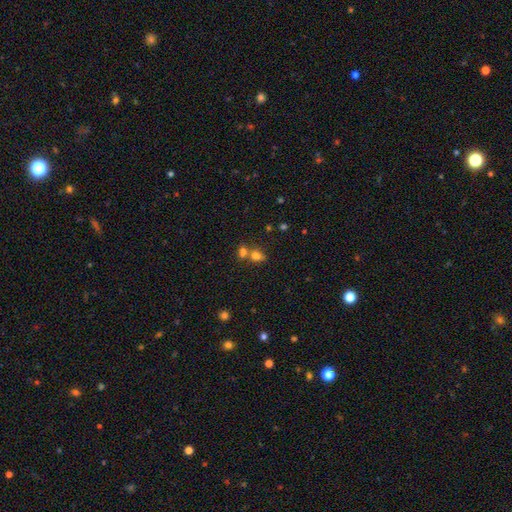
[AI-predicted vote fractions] Morphology: type=smooth (75%); roundness=in between (59%); merging=merger (48%).